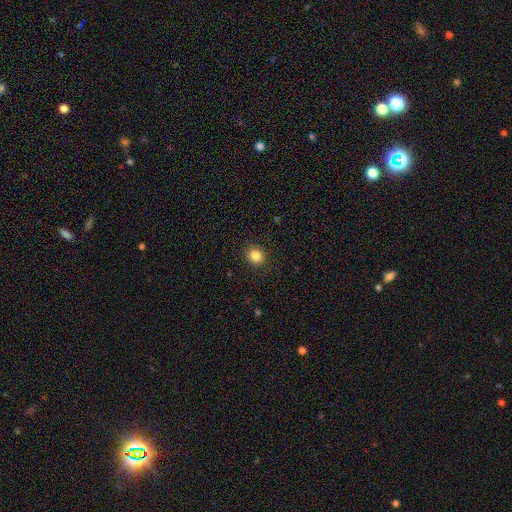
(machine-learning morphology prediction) Smooth or featured?
  - smooth: 84% *
  - star or artifact: 11%
  - featured or disk: 5%
How rounded?
  - round: 82% *
  - in between: 18%
  - cigar-shaped: 1%
Merging?
  - none: 90% *
  - minor disturbance: 7%
  - major disturbance: 2%
  - merger: 1%